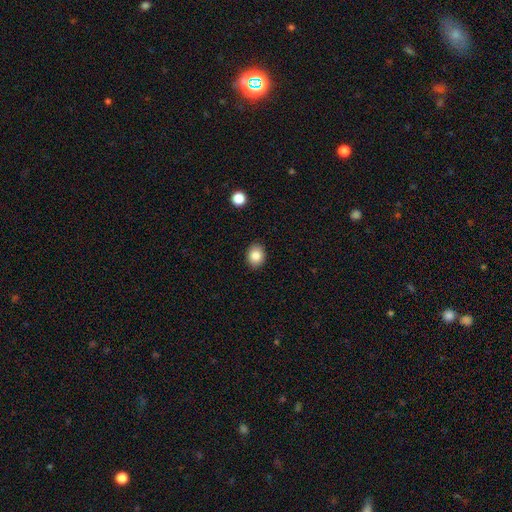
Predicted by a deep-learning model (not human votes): A smooth galaxy with no disk features (84%) that is round (52%).

Vote fractions:
- Smooth or featured? smooth: 84% / star or artifact: 9% / featured or disk: 7%
- How rounded? round: 52% / in between: 48% / cigar-shaped: 1%
- Merging? none: 89% / minor disturbance: 8% / major disturbance: 2% / merger: 1%